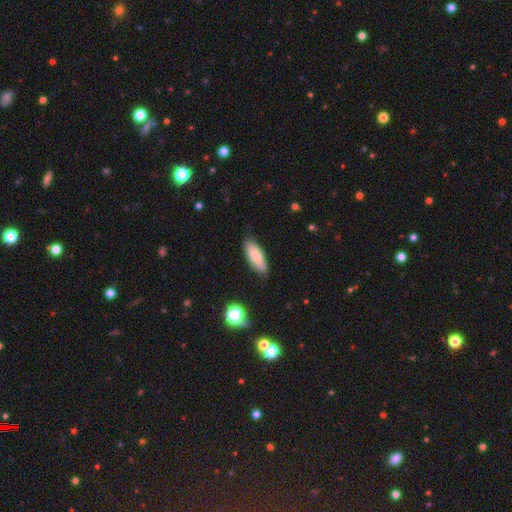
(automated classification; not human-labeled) Smooth or featured: smooth — 78% (featured or disk — 15%)
How rounded: in between — 70% (cigar-shaped — 28%)
Merging: none — 83% (minor disturbance — 13%)